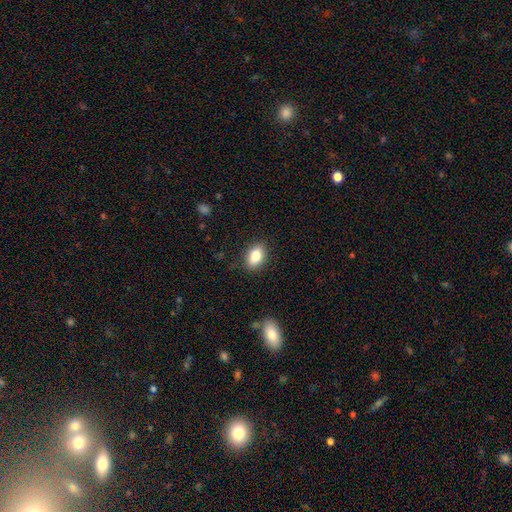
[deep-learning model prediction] Smooth or featured: smooth — 82% (featured or disk — 10%)
How rounded: in between — 84% (round — 13%)
Merging: none — 86% (minor disturbance — 10%)